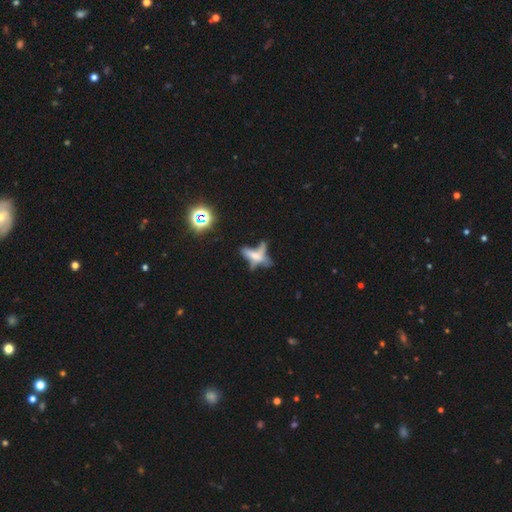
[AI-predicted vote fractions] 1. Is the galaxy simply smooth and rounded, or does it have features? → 45% featured or disk, 36% smooth, 19% star or artifact.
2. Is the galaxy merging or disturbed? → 32% merger, 28% none, 26% major disturbance, 14% minor disturbance.